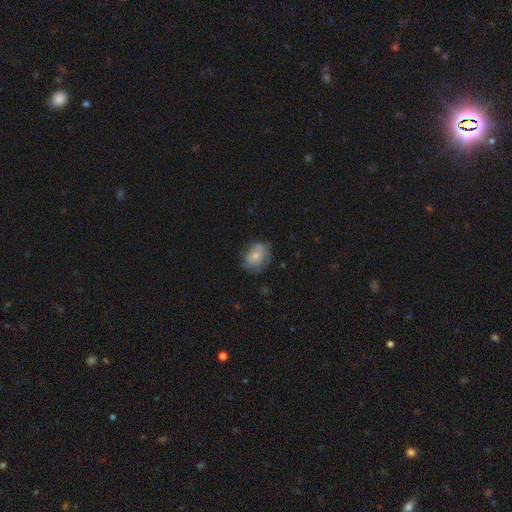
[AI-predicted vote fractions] Overall: smooth (62%; featured or disk 30%). How rounded: round (52%; in between 47%). Merging: none (59%; minor disturbance 27%).